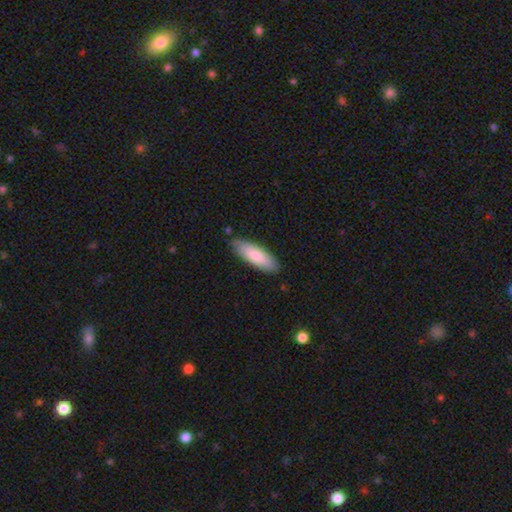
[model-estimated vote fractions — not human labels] Smooth or featured: smooth — 82% (featured or disk — 13%)
How rounded: in between — 56% (cigar-shaped — 42%)
Merging: none — 85% (minor disturbance — 11%)